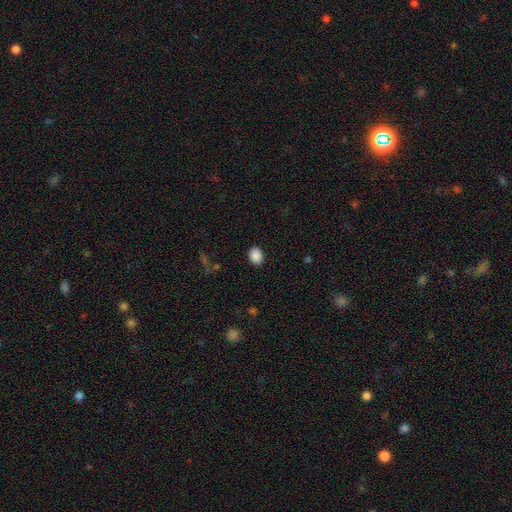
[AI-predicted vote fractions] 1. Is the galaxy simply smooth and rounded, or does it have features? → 88% smooth, 9% star or artifact, 3% featured or disk.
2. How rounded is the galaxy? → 61% in between, 38% round, 1% cigar-shaped.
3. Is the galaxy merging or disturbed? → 89% none, 8% minor disturbance, 2% major disturbance, 1% merger.